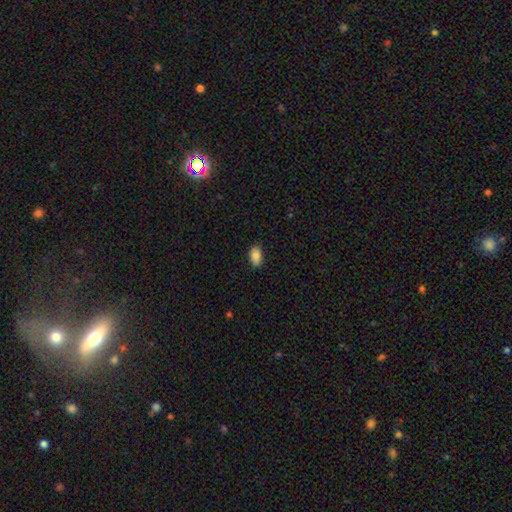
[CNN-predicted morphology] This is clearly a smooth galaxy (84%). How rounded: clearly in between (91%). Merging: clearly none (83%).